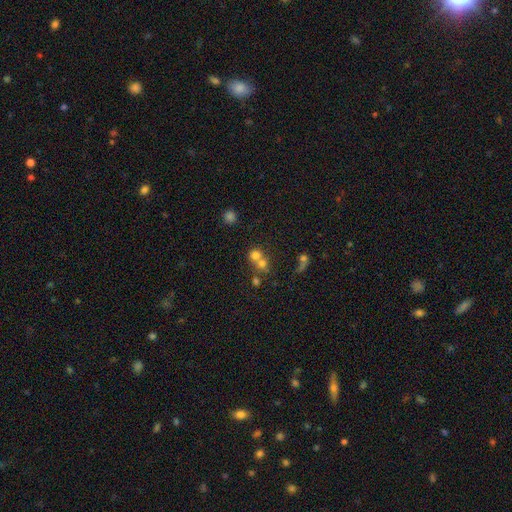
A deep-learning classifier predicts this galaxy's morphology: smooth-or-featured: smooth: 69% | featured or disk: 16% | star or artifact: 16%
  how-rounded: round: 83% | in between: 16% | cigar-shaped: 1%
  merging: merger: 57% | none: 33% | minor disturbance: 6% | major disturbance: 4%